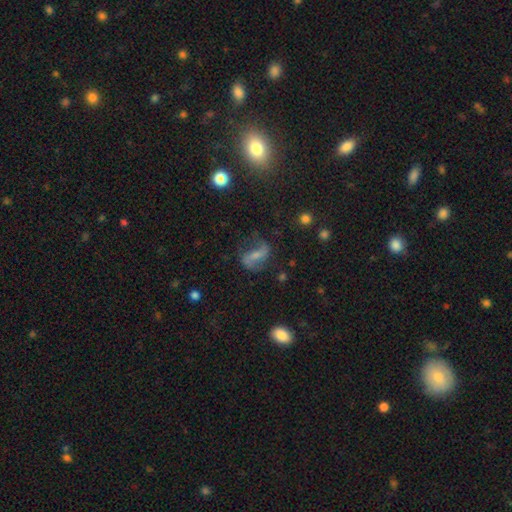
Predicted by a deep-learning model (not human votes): Morphology: type=featured or disk (67%); edge-on=no (95%); bar=weak (39%); spiral arms=yes (88%); winding=loose (67%); arm count=2 (88%); bulge=small (44%); merging=none (61%).